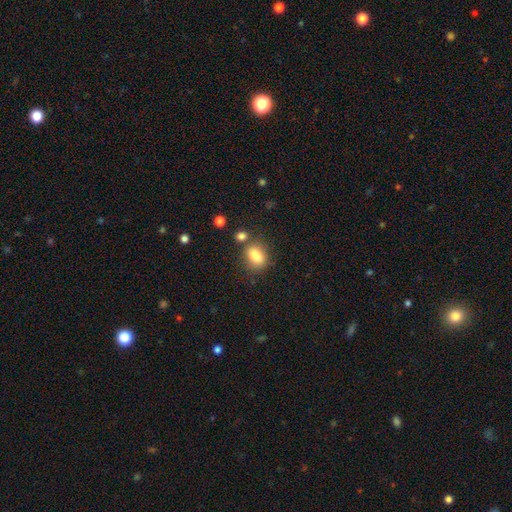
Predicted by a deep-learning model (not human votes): Morphology: type=smooth (83%); roundness=in between (74%); merging=none (69%).